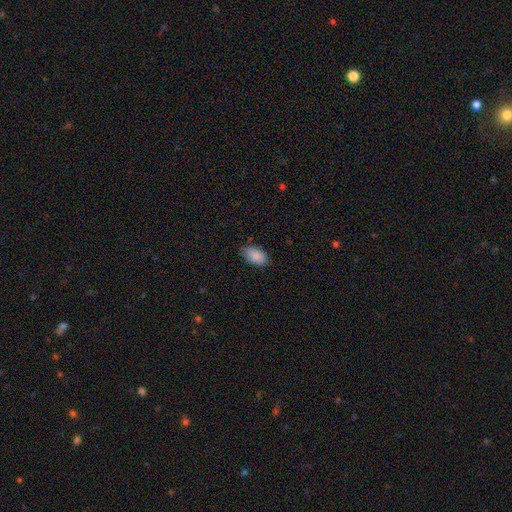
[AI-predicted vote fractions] Smooth or featured: smooth — 88% (star or artifact — 7%)
How rounded: in between — 94% (round — 4%)
Merging: none — 79% (minor disturbance — 17%)